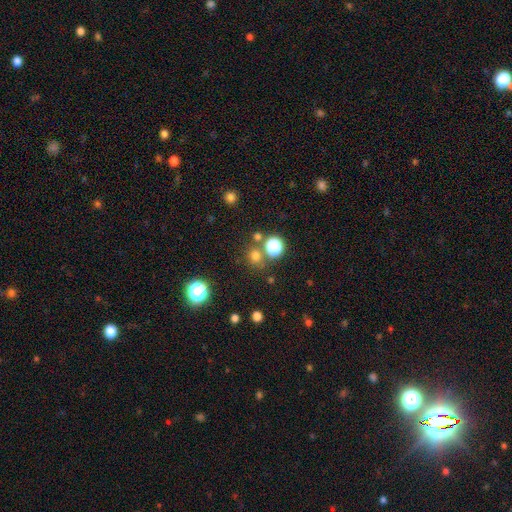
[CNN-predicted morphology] A smooth galaxy with no disk features (68%) that is round (86%). Merging: none (73%).